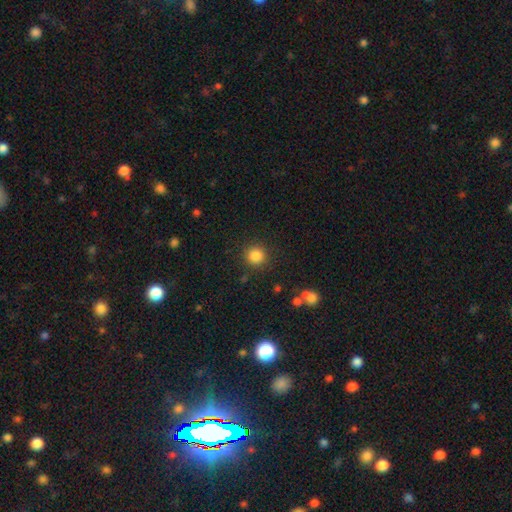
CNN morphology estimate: smooth 84%, star or artifact 11%, featured or disk 5%. Down the decision tree: how rounded — round (93%); merging — none (88%).